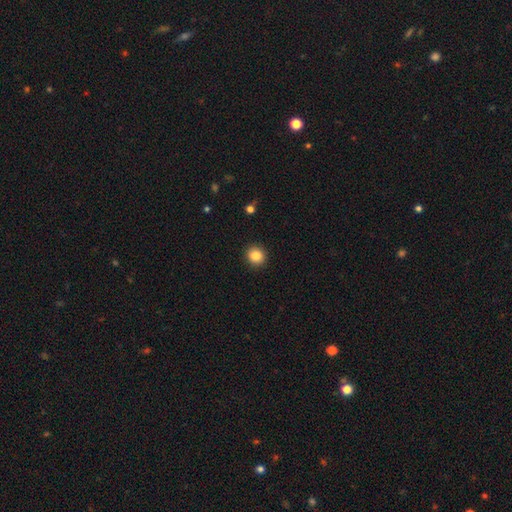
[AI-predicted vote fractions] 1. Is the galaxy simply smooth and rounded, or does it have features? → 85% smooth, 10% star or artifact, 5% featured or disk.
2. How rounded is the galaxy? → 88% round, 11% in between, 1% cigar-shaped.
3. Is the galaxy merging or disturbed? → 92% none, 5% minor disturbance, 2% major disturbance, 1% merger.